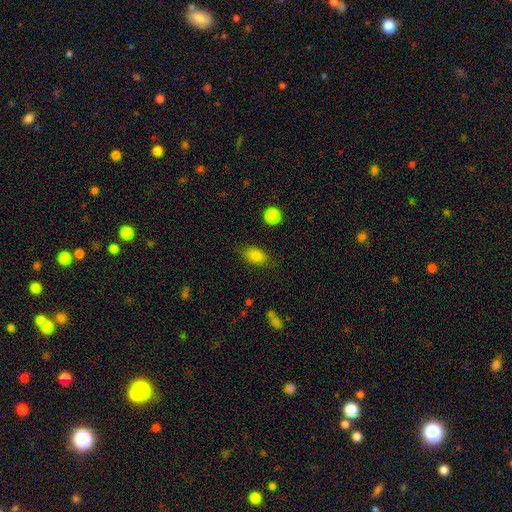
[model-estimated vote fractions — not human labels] This appears to be a smooth galaxy with no disk features (83%) that is in between round and cigar-shaped (85%). Merging: none (79%).